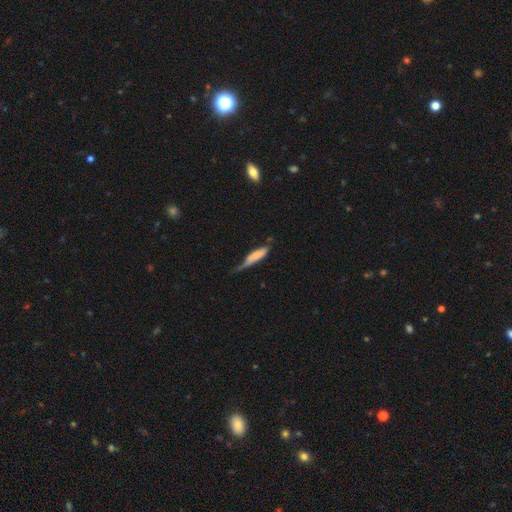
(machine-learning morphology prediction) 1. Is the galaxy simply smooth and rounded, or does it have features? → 68% smooth, 26% featured or disk, 6% star or artifact.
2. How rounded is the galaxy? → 73% cigar-shaped, 26% in between, 2% round.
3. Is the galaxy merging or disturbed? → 41% minor disturbance, 32% none, 22% major disturbance, 5% merger.